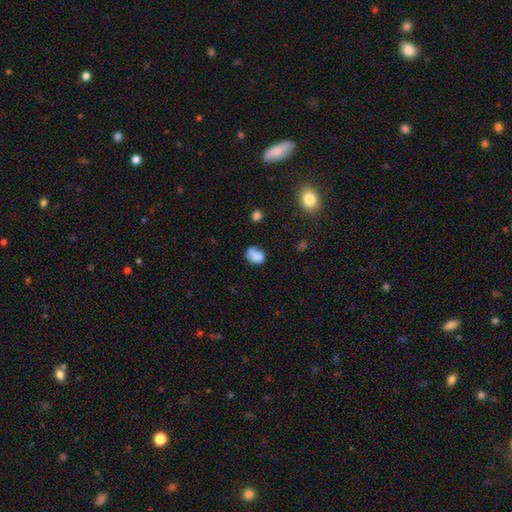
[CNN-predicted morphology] Smooth or featured? smooth (80%)
How rounded? in between (70%)
Merging? none (56%)